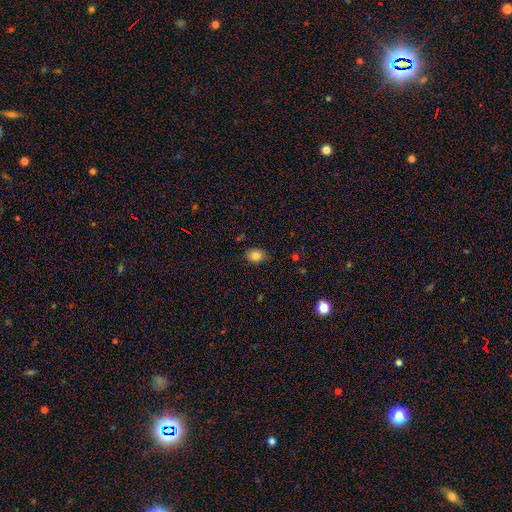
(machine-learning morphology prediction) The model was most divided on "how rounded": in between: 60%, round: 39%, cigar-shaped: 1%. More confident: smooth or featured — smooth (83%); merging — none (82%).